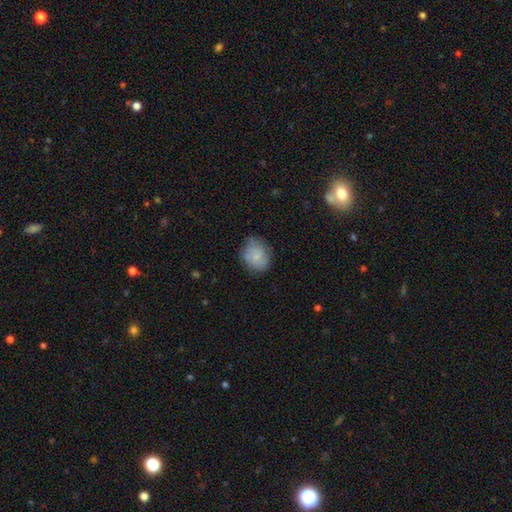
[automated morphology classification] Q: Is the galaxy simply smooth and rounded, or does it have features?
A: smooth — 77%.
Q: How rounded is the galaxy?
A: round — 56%.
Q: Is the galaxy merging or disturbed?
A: none — 68%.